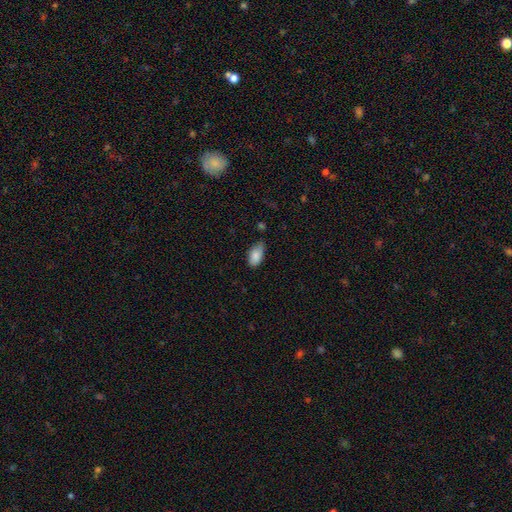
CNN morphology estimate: A smooth galaxy with no disk features (86%) that is in between round and cigar-shaped (93%). Merging: none (60%).